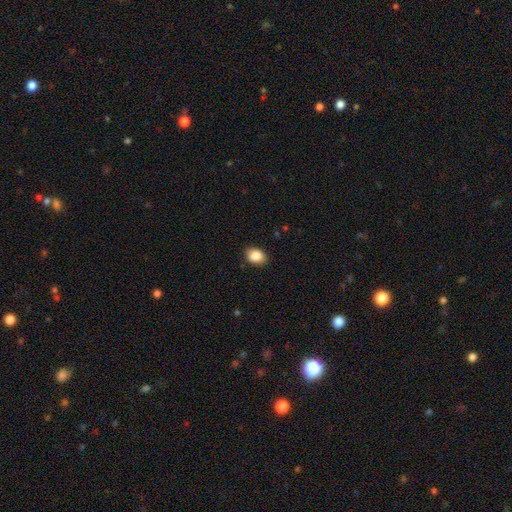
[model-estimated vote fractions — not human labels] Q: Smooth or featured?
A: smooth (87%); runner-up: star or artifact (8%)
Q: How rounded?
A: in between (69%); runner-up: round (30%)
Q: Merging?
A: none (84%); runner-up: minor disturbance (12%)